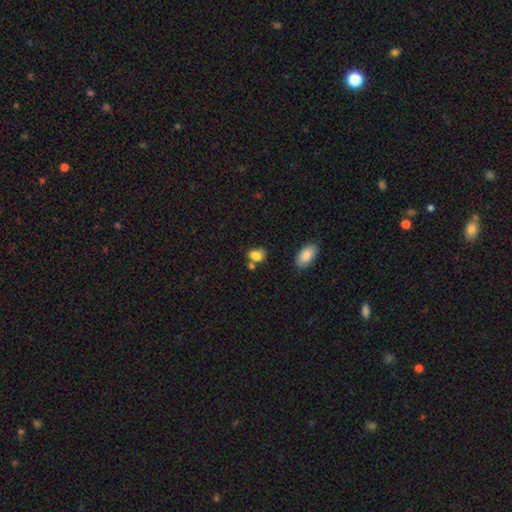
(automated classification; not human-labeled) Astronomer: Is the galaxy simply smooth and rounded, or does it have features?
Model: smooth — 83%.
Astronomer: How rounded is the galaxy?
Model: in between — 71%.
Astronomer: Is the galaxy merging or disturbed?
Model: none — 54%.